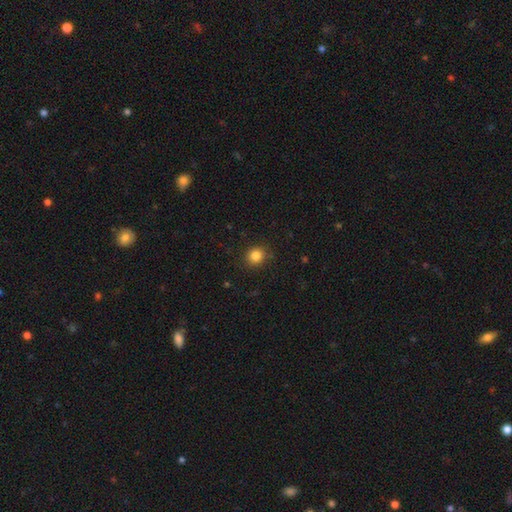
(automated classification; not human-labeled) The model was most divided on "smooth or featured": smooth: 84%, star or artifact: 12%, featured or disk: 5%. More confident: merging — none (88%); how rounded — round (87%).